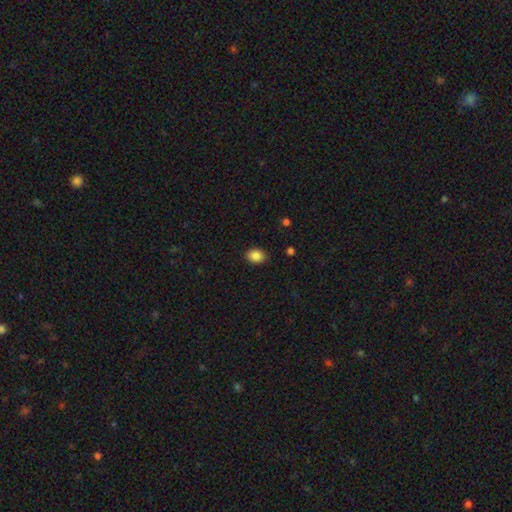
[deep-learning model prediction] Overall: smooth (88%). How rounded: in between (68%; round 31%). Merging: none (87%).